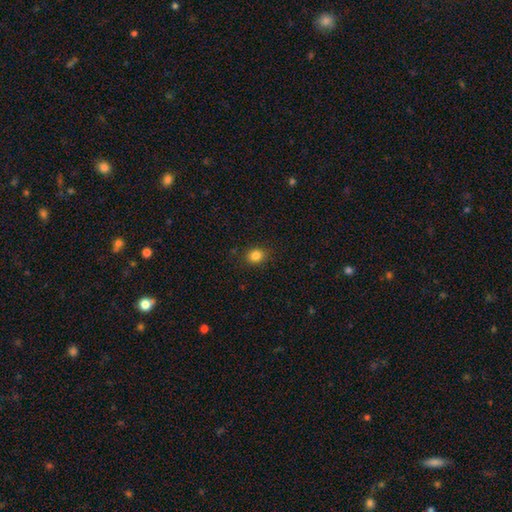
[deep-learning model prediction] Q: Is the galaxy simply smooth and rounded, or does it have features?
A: smooth — 84%.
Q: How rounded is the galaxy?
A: round — 64%.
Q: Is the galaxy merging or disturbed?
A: none — 88%.